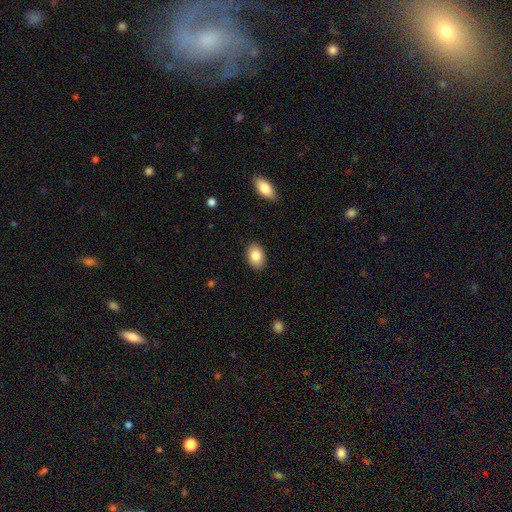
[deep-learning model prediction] A smooth galaxy with no disk features (84%) that is in between round and cigar-shaped (83%).

Vote fractions:
- Smooth or featured? smooth: 84% / featured or disk: 8% / star or artifact: 7%
- How rounded? in between: 83% / round: 16% / cigar-shaped: 1%
- Merging? none: 88% / minor disturbance: 9% / major disturbance: 2% / merger: 1%